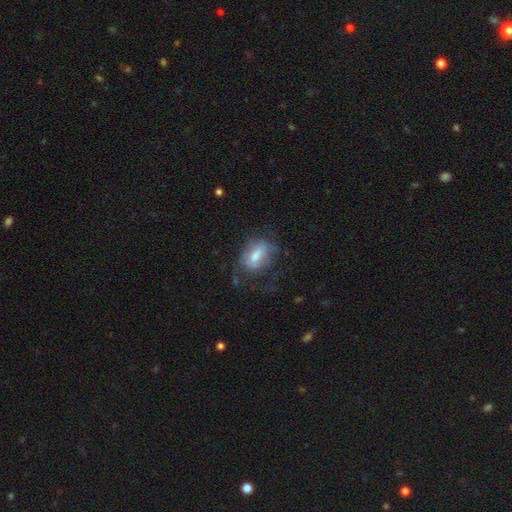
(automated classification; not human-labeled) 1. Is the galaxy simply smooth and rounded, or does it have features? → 57% smooth, 34% featured or disk, 8% star or artifact.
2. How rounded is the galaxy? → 82% in between, 14% round, 4% cigar-shaped.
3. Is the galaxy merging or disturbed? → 44% none, 27% major disturbance, 27% minor disturbance, 2% merger.